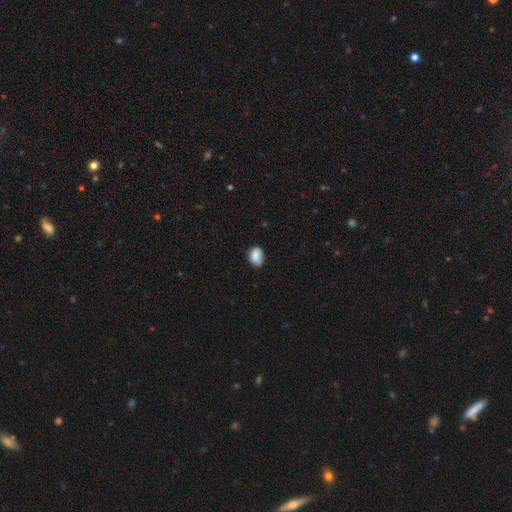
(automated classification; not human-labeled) This appears to be a smooth galaxy with no disk features (85%) that is in between round and cigar-shaped (71%). Merging: none (65%).